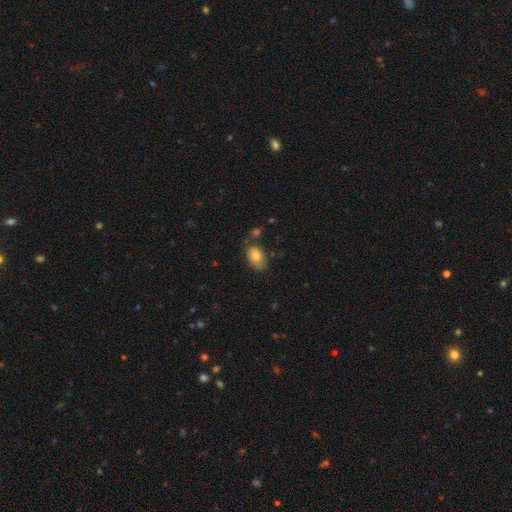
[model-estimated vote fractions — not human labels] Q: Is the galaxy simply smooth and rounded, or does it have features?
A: smooth — 77%.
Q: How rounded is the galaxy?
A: in between — 87%.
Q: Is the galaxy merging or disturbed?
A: none — 66%.